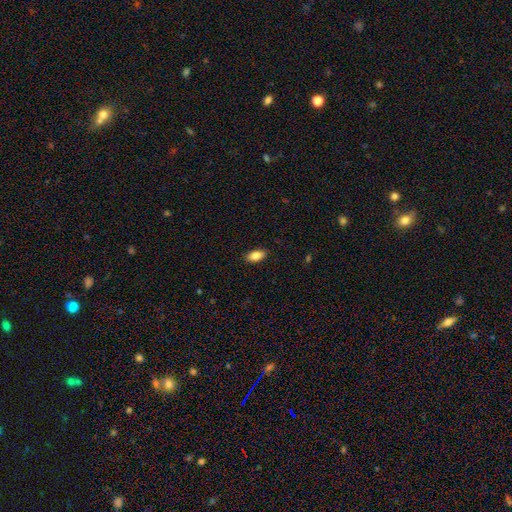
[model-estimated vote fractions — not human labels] Smooth or featured?
  - smooth: 86% *
  - star or artifact: 7%
  - featured or disk: 7%
How rounded?
  - in between: 90% *
  - cigar-shaped: 6%
  - round: 4%
Merging?
  - none: 88% *
  - minor disturbance: 9%
  - major disturbance: 2%
  - merger: 1%